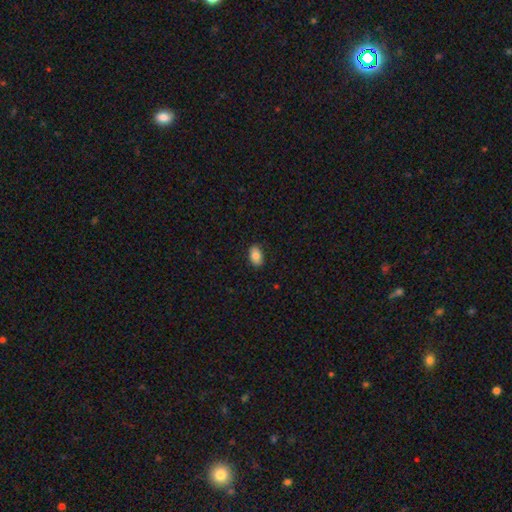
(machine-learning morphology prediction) smooth-or-featured: smooth: 83% | featured or disk: 10% | star or artifact: 7%
  how-rounded: in between: 91% | round: 7% | cigar-shaped: 2%
  merging: none: 88% | minor disturbance: 9% | major disturbance: 2% | merger: 1%